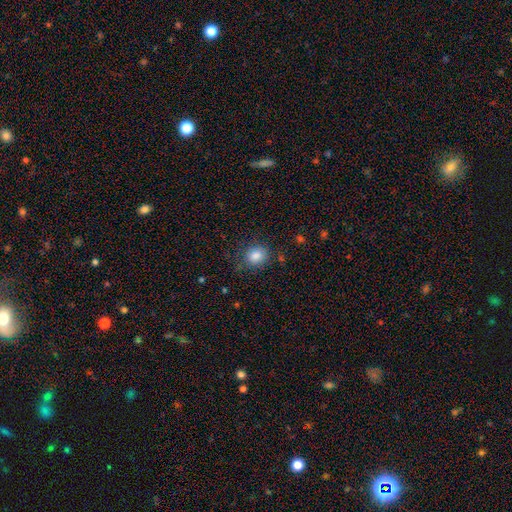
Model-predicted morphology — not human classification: Smooth or featured: smooth — 85% (star or artifact — 10%)
How rounded: round — 73% (in between — 26%)
Merging: none — 79% (minor disturbance — 14%)